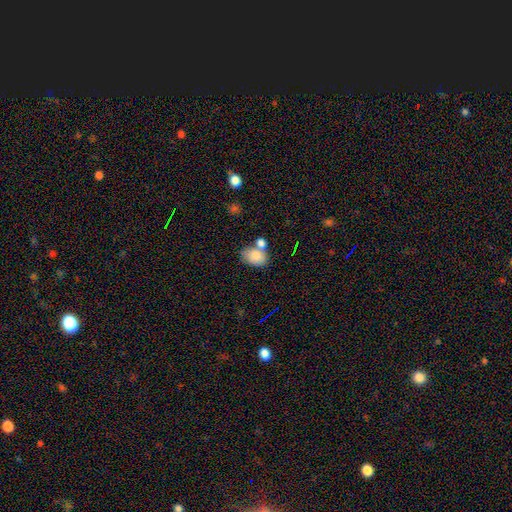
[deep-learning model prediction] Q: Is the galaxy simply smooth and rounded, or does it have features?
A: smooth — 82%.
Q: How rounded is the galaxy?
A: in between — 79%.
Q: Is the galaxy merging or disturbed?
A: none — 48%.